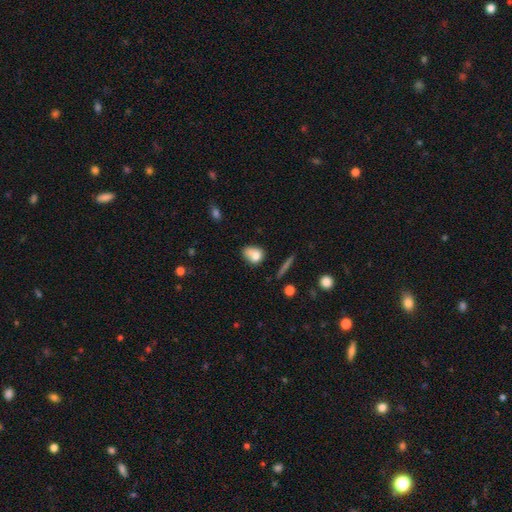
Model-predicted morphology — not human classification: This is likely a smooth galaxy (76%). How rounded: possibly in between (59%). Merging: marginally none (43%).